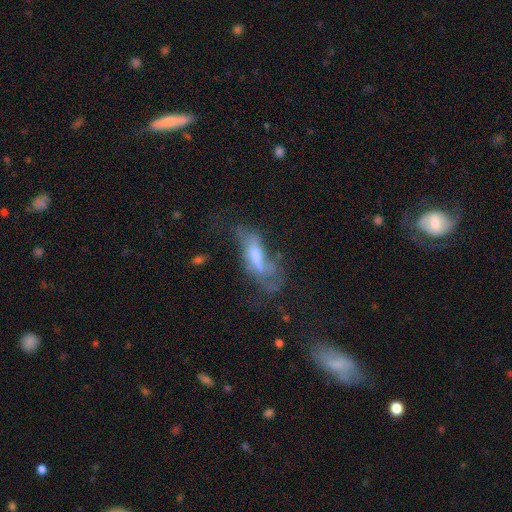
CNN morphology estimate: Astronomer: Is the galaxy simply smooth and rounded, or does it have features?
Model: featured or disk — 48% (runner-up: smooth, 42%).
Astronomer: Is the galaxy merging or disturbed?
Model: major disturbance — 38% (runner-up: none, 32%).